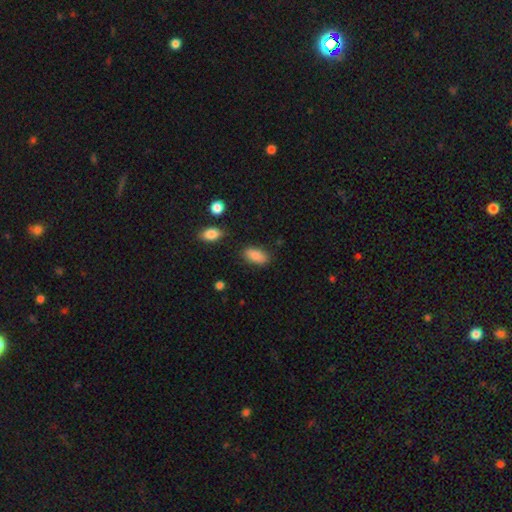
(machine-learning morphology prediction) type=smooth (87%); roundness=in between (91%); merging=none (81%).